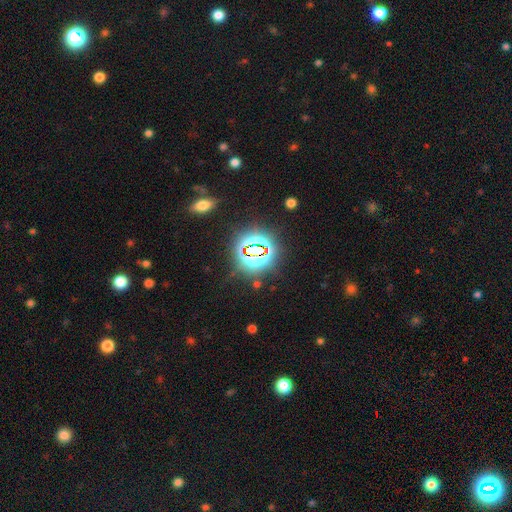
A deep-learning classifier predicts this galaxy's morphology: smooth-or-featured: star or artifact: 77% | smooth: 14% | featured or disk: 9%